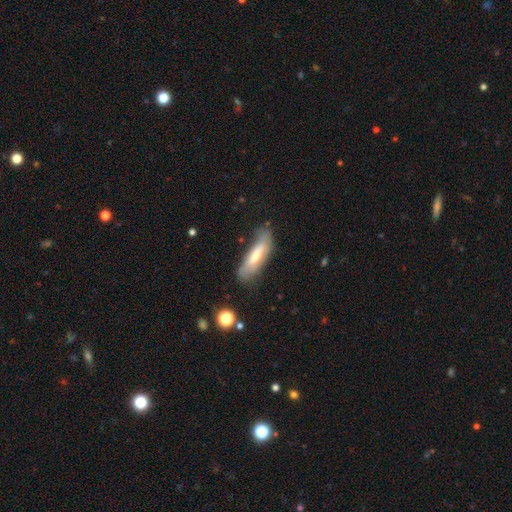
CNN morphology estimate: Smooth or featured? Predicted: smooth (p=0.57). How rounded? Predicted: cigar-shaped (p=0.58). Merging? Predicted: none (p=0.64).